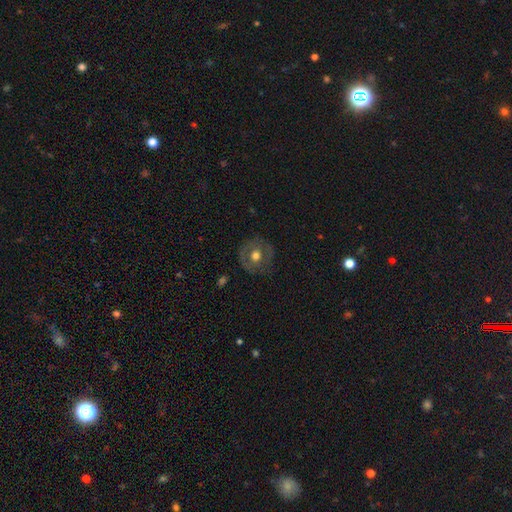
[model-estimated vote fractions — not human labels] A smooth galaxy with no disk features (48%). Merging: none (80%).